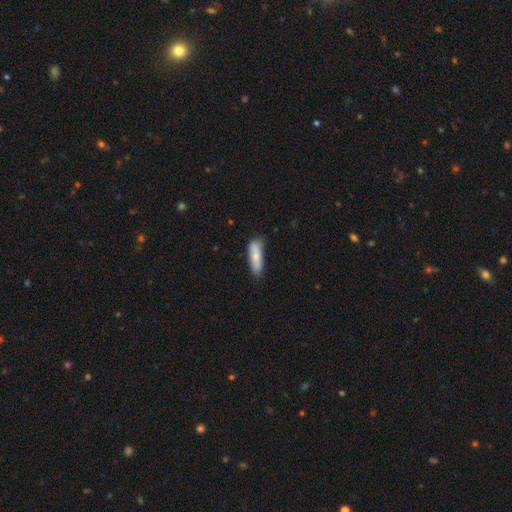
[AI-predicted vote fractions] smooth_or_featured: smooth (p=0.79) [alt: featured or disk p=0.15]
how_rounded: cigar-shaped (p=0.50) [alt: in between p=0.48]
merging: none (p=0.72) [alt: minor disturbance p=0.22]